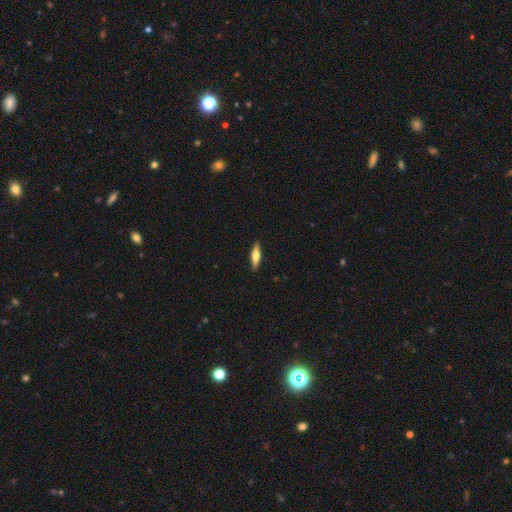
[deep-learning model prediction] smooth_or_featured: smooth (p=0.49) [alt: featured or disk p=0.45]
merging: none (p=0.90) [alt: minor disturbance p=0.08]